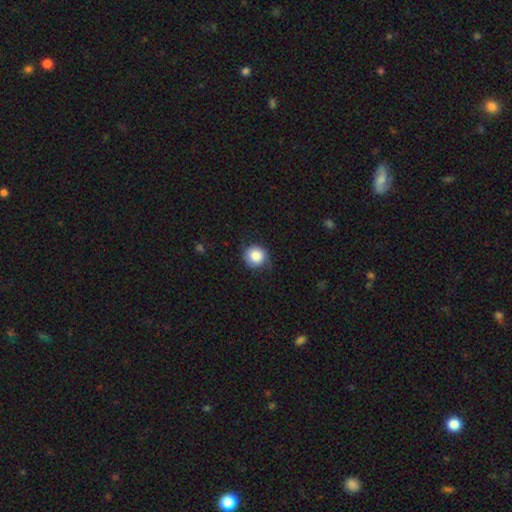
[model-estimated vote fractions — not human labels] Smooth or featured? Predicted: smooth (p=0.85). How rounded? Predicted: round (p=0.92). Merging? Predicted: none (p=0.74).